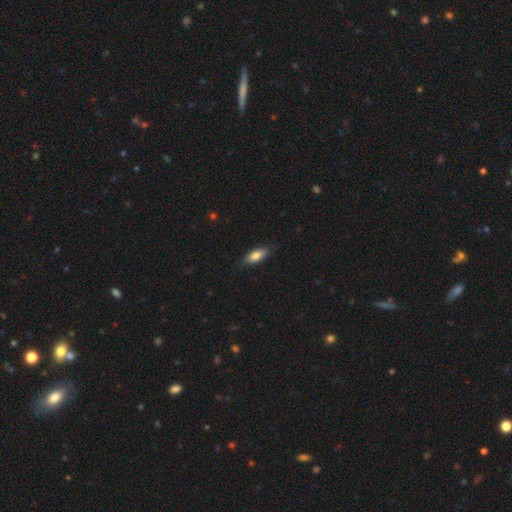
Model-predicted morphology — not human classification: A smooth galaxy with no disk features (80%) that is in between round and cigar-shaped (77%).

Vote fractions:
- Smooth or featured? smooth: 80% / featured or disk: 13% / star or artifact: 7%
- How rounded? in between: 77% / cigar-shaped: 20% / round: 3%
- Merging? none: 82% / minor disturbance: 14% / major disturbance: 3% / merger: 1%